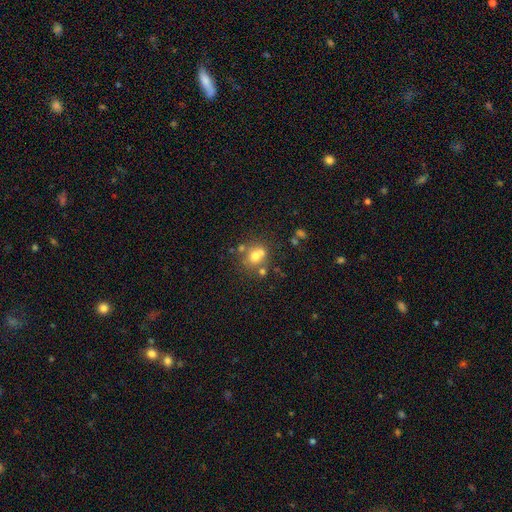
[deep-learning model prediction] Smooth or featured?
  - smooth: 64% *
  - featured or disk: 21%
  - star or artifact: 15%
How rounded?
  - round: 80% *
  - in between: 19%
  - cigar-shaped: 1%
Merging?
  - none: 50% *
  - merger: 35%
  - minor disturbance: 10%
  - major disturbance: 5%